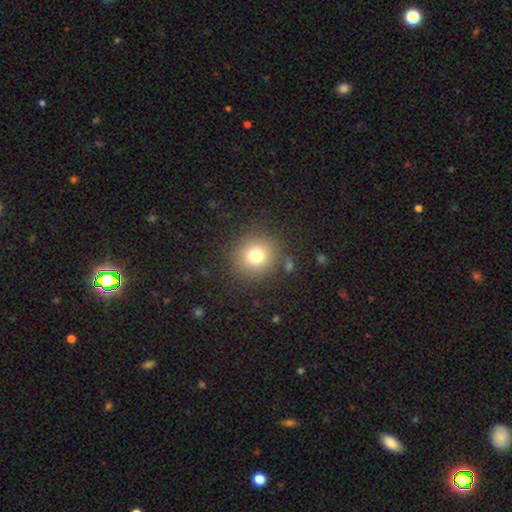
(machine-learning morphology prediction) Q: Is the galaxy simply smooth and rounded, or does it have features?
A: smooth — 76%.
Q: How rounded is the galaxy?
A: round — 91%.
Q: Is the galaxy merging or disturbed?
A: none — 86%.